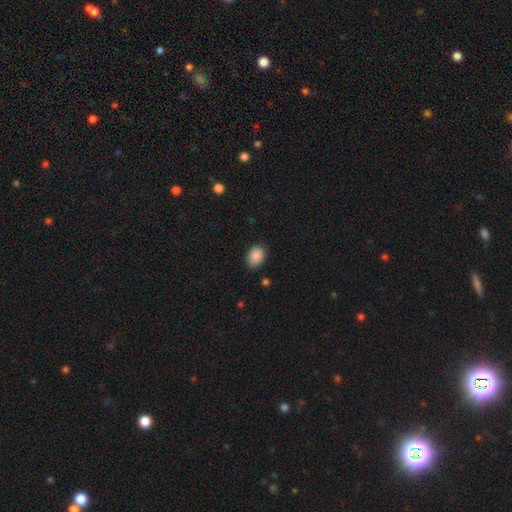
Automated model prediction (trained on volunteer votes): Smooth or featured: smooth — 89% (star or artifact — 8%)
How rounded: in between — 75% (round — 24%)
Merging: none — 83% (minor disturbance — 13%)